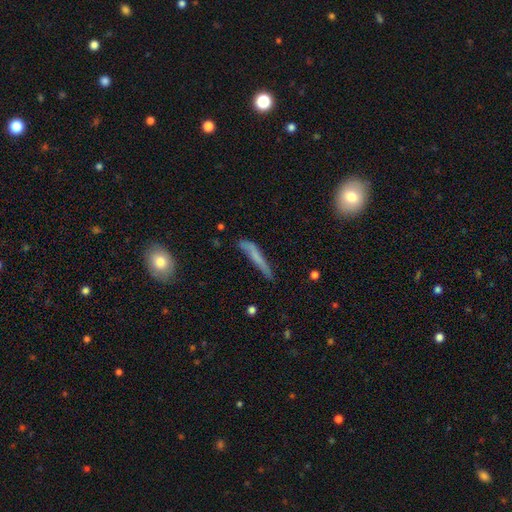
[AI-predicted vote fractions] Smooth or featured: smooth — 62% (featured or disk — 30%)
How rounded: cigar-shaped — 93% (in between — 6%)
Merging: none — 60% (minor disturbance — 27%)